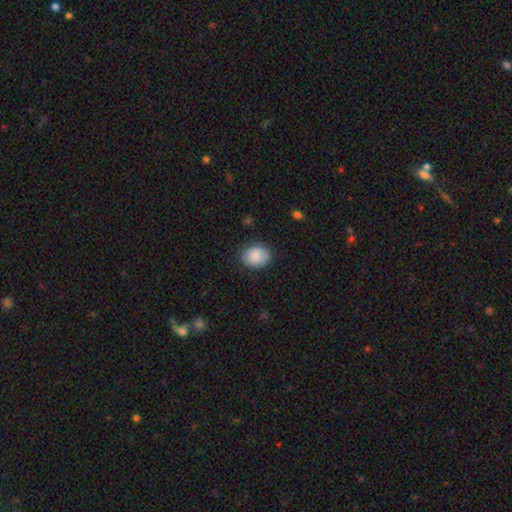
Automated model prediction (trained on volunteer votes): Smooth or featured? Predicted: smooth (p=0.88). How rounded? Predicted: in between (p=0.54). Merging? Predicted: none (p=0.82).